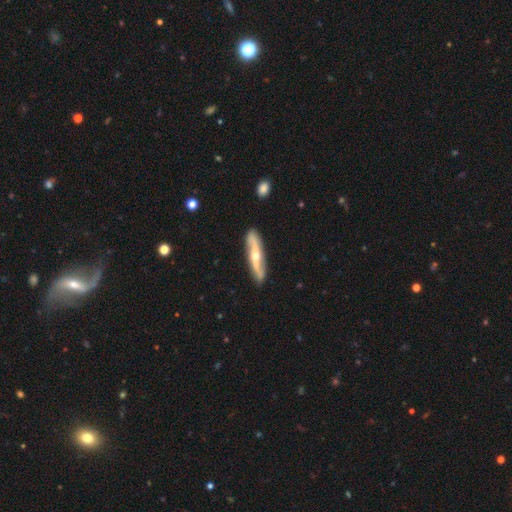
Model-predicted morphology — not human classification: This appears to be a featured or disk galaxy (77%). Merging: none (86%).